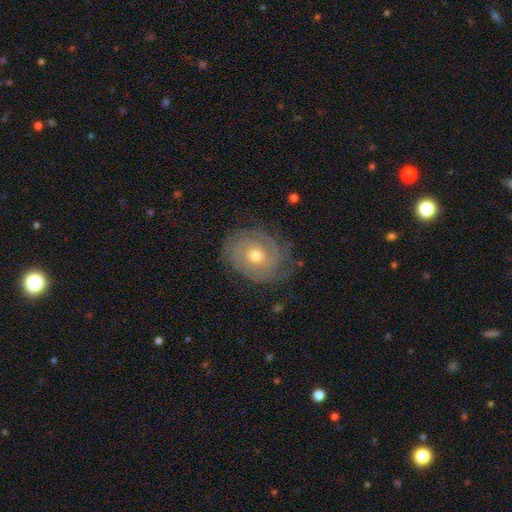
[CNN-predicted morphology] Q: Smooth or featured?
A: featured or disk (80%); runner-up: smooth (14%)
Q: Edge-on disk?
A: no (97%); runner-up: yes (3%)
Q: Bar?
A: no (78%); runner-up: weak (18%)
Q: Spiral arms?
A: yes (91%); runner-up: no (9%)
Q: Spiral winding?
A: tight (77%); runner-up: medium (18%)
Q: Spiral arm count?
A: can't tell (34%); runner-up: 2 (33%)
Q: Bulge size?
A: moderate (59%); runner-up: small (37%)
Q: Merging?
A: none (74%); runner-up: minor disturbance (18%)